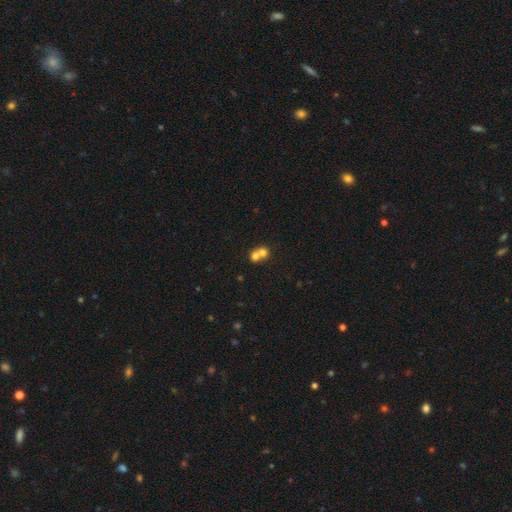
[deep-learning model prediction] Smooth or featured: smooth — 71% (featured or disk — 18%)
How rounded: round — 75% (in between — 24%)
Merging: merger — 68% (none — 25%)